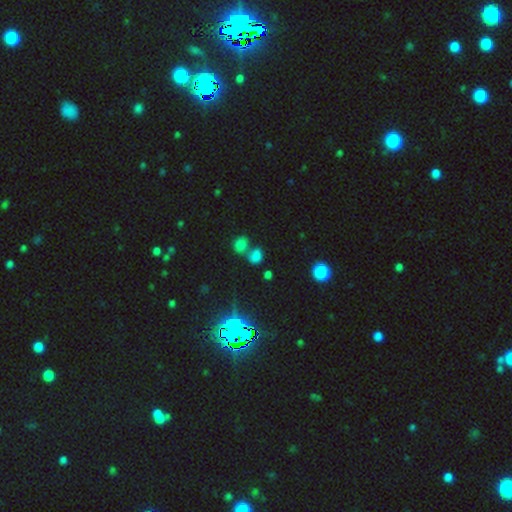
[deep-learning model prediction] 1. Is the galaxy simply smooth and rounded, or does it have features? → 60% smooth, 30% star or artifact, 10% featured or disk.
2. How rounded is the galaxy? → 63% in between, 34% round, 3% cigar-shaped.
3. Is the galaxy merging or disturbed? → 48% merger, 36% none, 10% minor disturbance, 6% major disturbance.